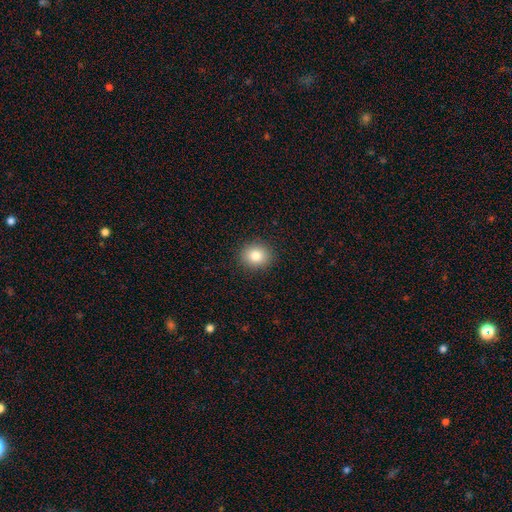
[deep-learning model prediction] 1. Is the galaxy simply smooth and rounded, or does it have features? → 83% smooth, 10% star or artifact, 7% featured or disk.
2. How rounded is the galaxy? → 73% round, 26% in between, 1% cigar-shaped.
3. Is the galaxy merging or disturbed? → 90% none, 7% minor disturbance, 2% major disturbance, 1% merger.